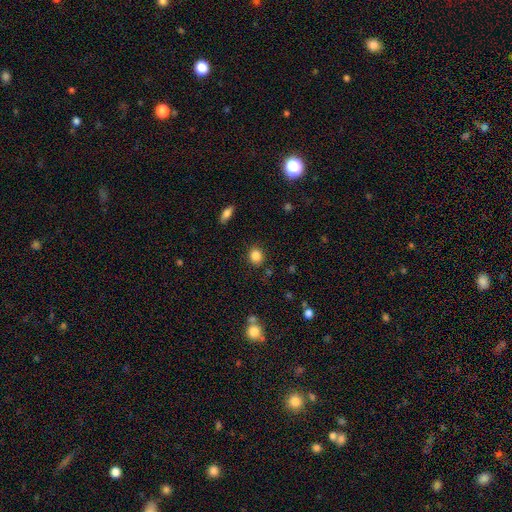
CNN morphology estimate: Smooth or featured? Predicted: smooth (p=0.85). How rounded? Predicted: round (p=0.79). Merging? Predicted: none (p=0.87).